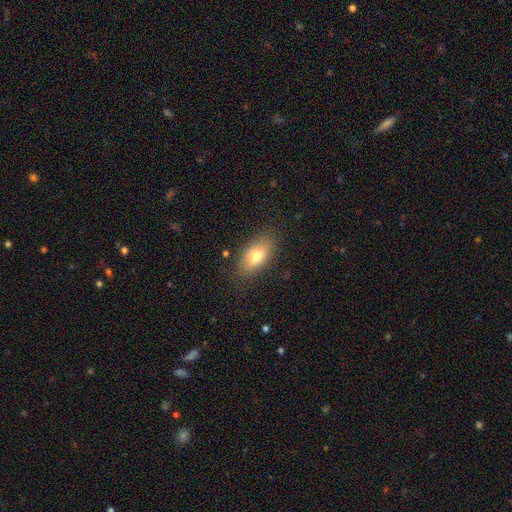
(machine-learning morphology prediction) type=smooth (75%); roundness=in between (88%); merging=none (81%).